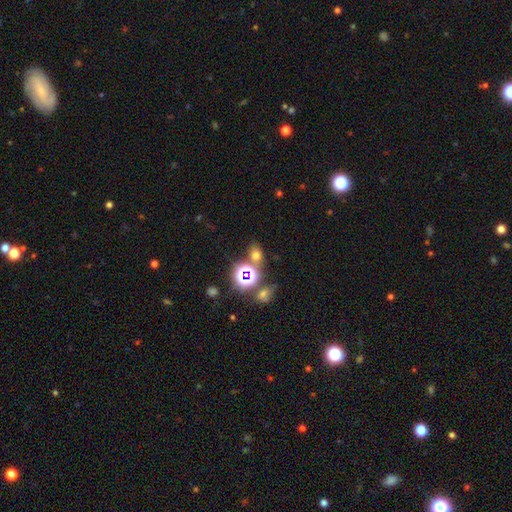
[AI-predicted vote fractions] Smooth or featured? Predicted: smooth (p=0.53). How rounded? Predicted: in between (p=0.54). Merging? Predicted: none (p=0.67).